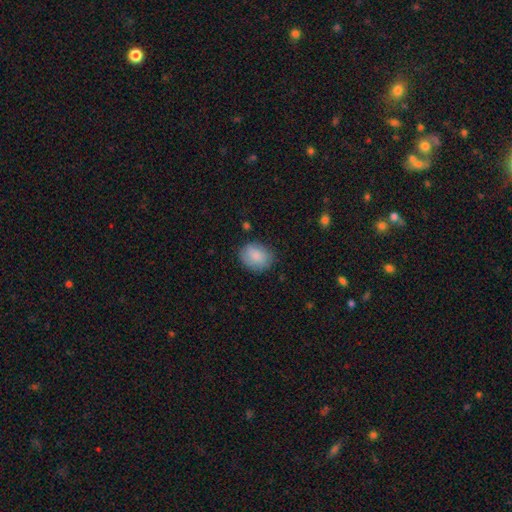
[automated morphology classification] Smooth or featured?
  - smooth: 86% *
  - featured or disk: 8%
  - star or artifact: 7%
How rounded?
  - in between: 56% *
  - round: 43%
  - cigar-shaped: 1%
Merging?
  - none: 77% *
  - minor disturbance: 18%
  - major disturbance: 4%
  - merger: 2%